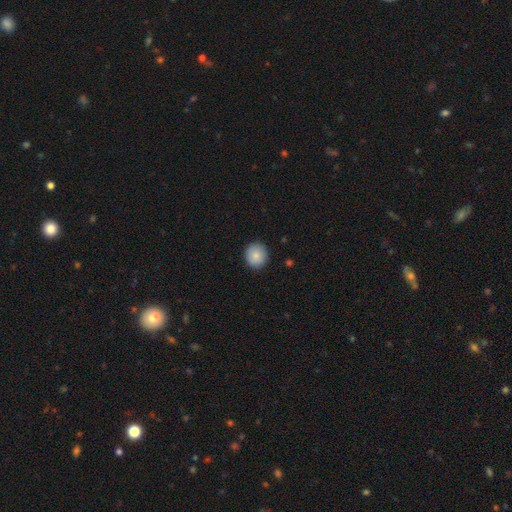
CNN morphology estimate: The model was most divided on "how rounded": round: 86%, in between: 13%, cigar-shaped: 1%. More confident: merging — none (90%); smooth or featured — smooth (85%).